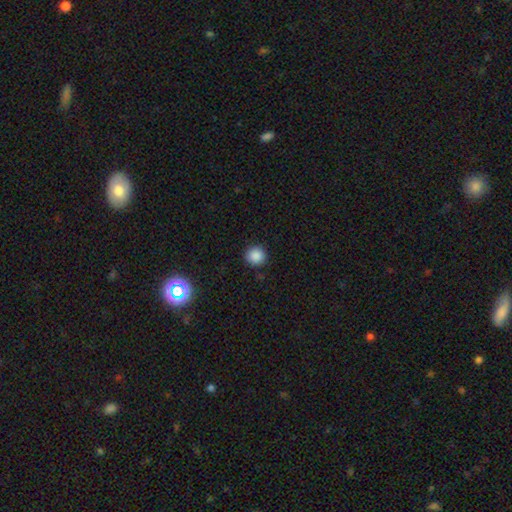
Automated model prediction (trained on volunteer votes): Smooth or featured: smooth — 87% (star or artifact — 10%)
How rounded: round — 93% (in between — 6%)
Merging: none — 90% (minor disturbance — 7%)